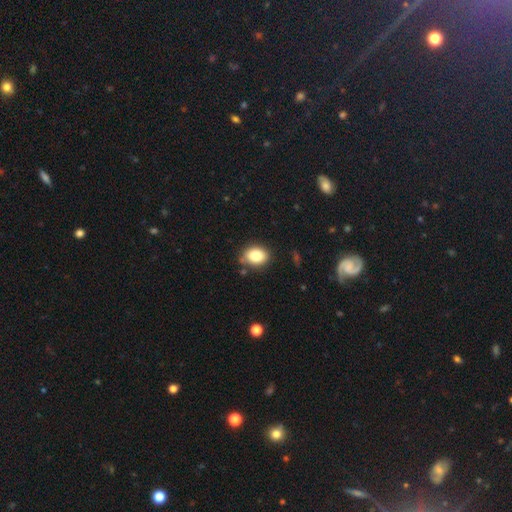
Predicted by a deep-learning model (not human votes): Morphology: type=smooth (84%); roundness=in between (62%); merging=none (81%).